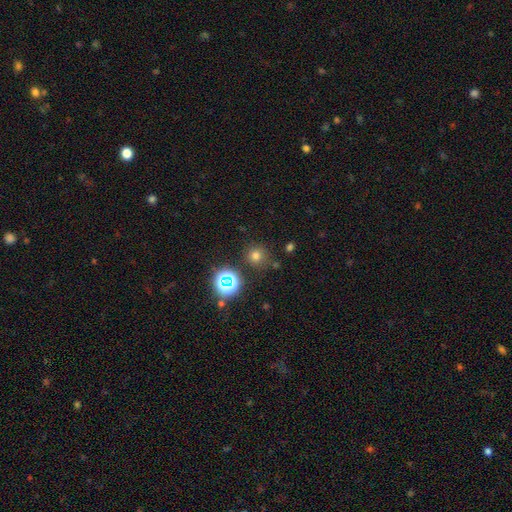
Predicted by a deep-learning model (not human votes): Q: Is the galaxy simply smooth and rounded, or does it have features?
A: smooth — 68%.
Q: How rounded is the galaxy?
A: round — 92%.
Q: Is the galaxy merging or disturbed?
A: none — 81%.